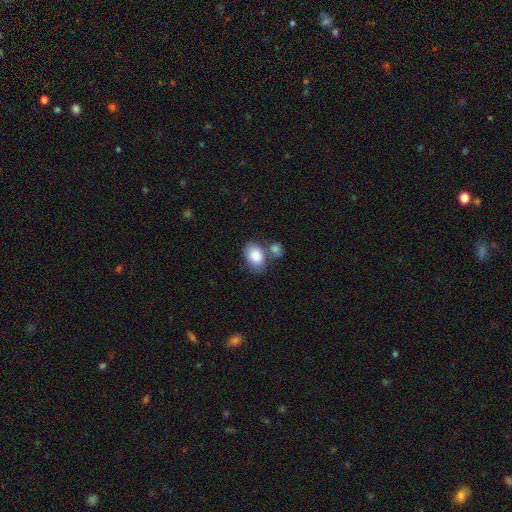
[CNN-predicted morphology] This is clearly a smooth galaxy (85%). How rounded: clearly in between (85%). Merging: possibly none (53%).